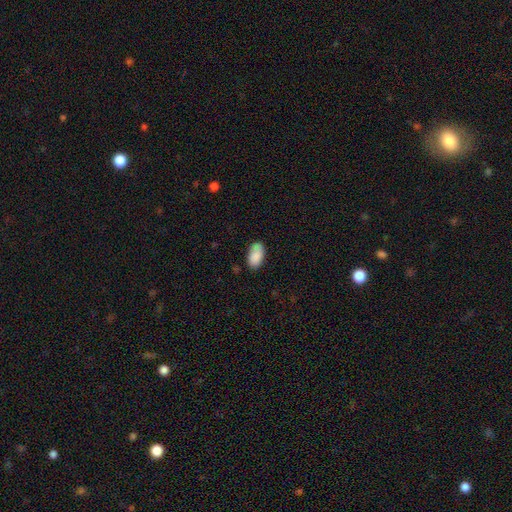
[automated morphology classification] A smooth galaxy with no disk features (88%) that is in between round and cigar-shaped (95%).

Vote fractions:
- Smooth or featured? smooth: 88% / star or artifact: 7% / featured or disk: 6%
- How rounded? in between: 95% / round: 3% / cigar-shaped: 2%
- Merging? none: 76% / minor disturbance: 19% / major disturbance: 3% / merger: 2%